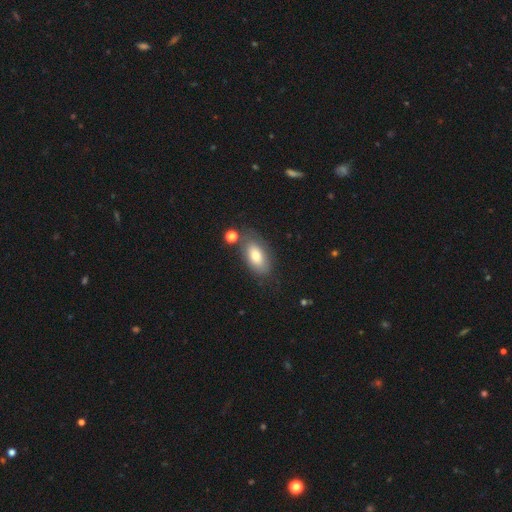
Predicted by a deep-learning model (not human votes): This is likely a smooth galaxy (72%). How rounded: clearly in between (91%). Merging: likely none (69%).